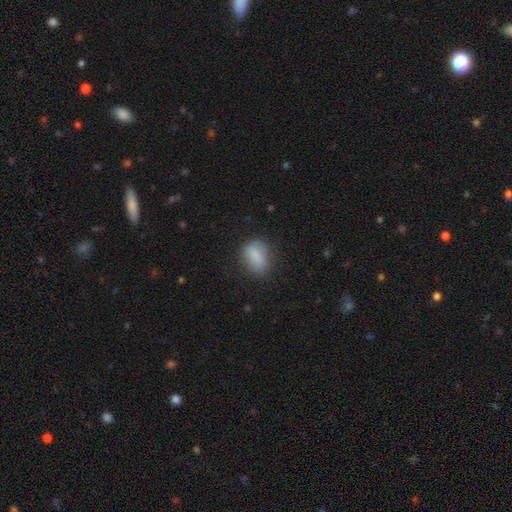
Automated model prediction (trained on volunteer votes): Overall: smooth (82%). How rounded: in between (76%). Merging: none (68%).